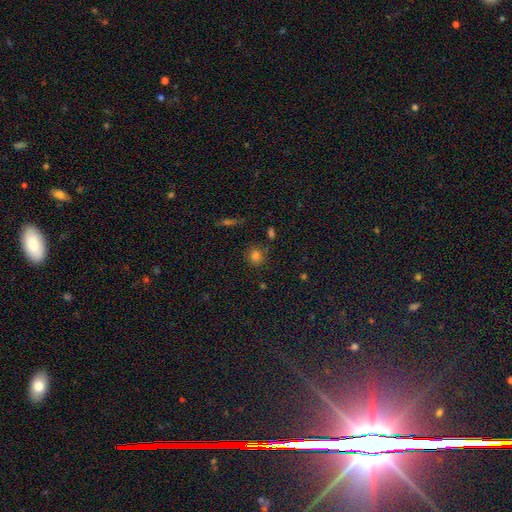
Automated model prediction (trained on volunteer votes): Overall: smooth (79%). How rounded: round (85%). Merging: none (79%).